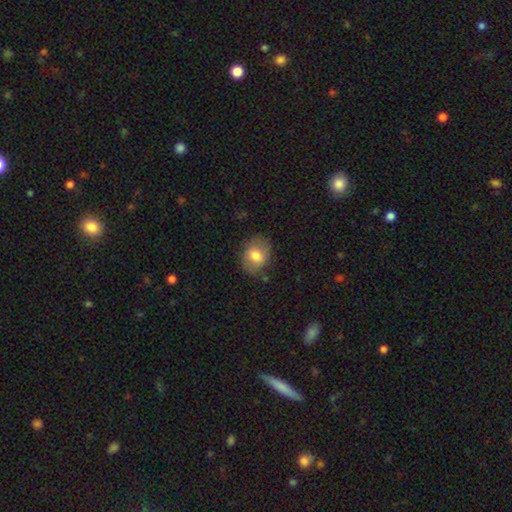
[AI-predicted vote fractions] Morphology: type=smooth (73%); roundness=in between (58%); merging=none (75%).